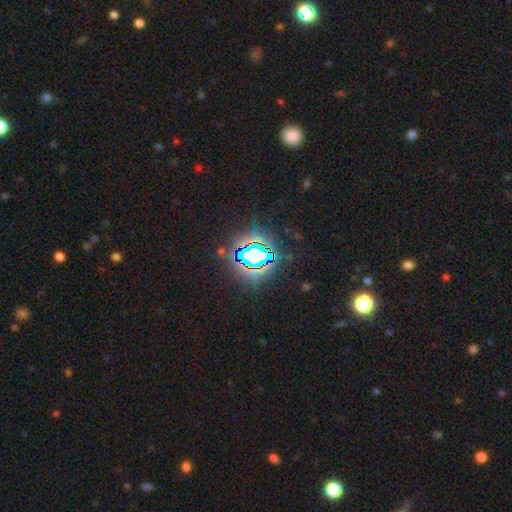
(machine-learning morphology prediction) The model was most divided on "smooth or featured": star or artifact: 76%, smooth: 13%, featured or disk: 11%.